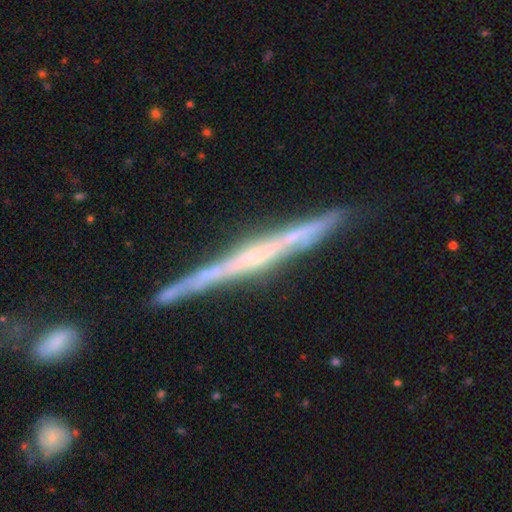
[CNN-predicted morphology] Smooth or featured? Predicted: featured or disk (p=0.82). Edge-on disk? Predicted: yes (p=0.98). Edge-on bulge? Predicted: none (p=0.48). Merging? Predicted: none (p=0.86).